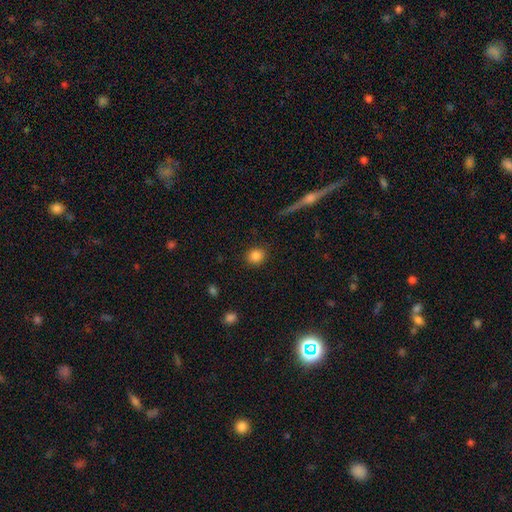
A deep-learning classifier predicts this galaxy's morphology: type=smooth (85%); roundness=round (76%); merging=none (88%).